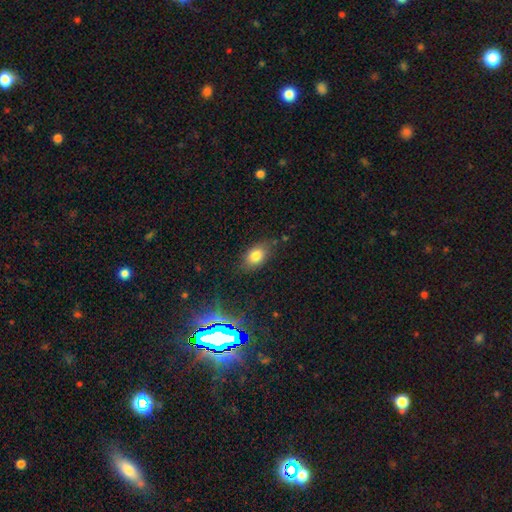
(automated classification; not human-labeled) smooth-or-featured: smooth: 78% | star or artifact: 12% | featured or disk: 10%
  how-rounded: in between: 81% | round: 17% | cigar-shaped: 2%
  merging: none: 78% | minor disturbance: 16% | major disturbance: 4% | merger: 2%